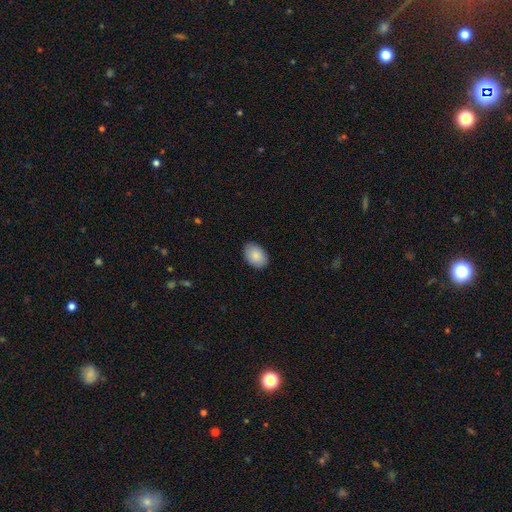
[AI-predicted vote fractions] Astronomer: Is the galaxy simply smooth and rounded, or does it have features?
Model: smooth — 87%.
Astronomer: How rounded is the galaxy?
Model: in between — 83%.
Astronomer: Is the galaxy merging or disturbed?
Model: none — 85%.